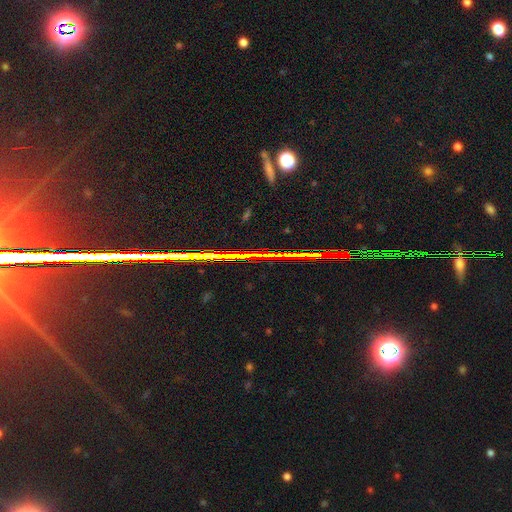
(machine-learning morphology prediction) type=star or artifact (83%).